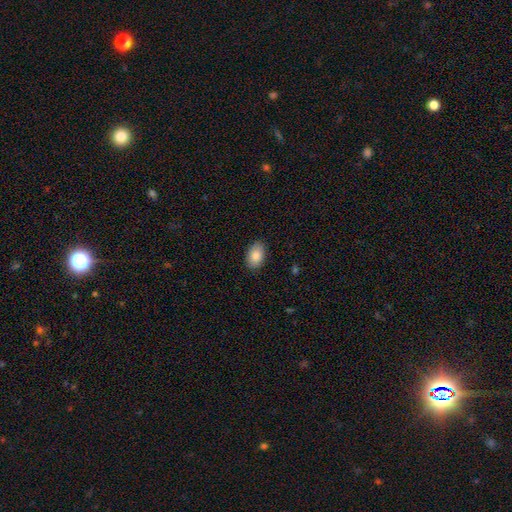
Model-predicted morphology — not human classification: A smooth galaxy with no disk features (86%) that is in between round and cigar-shaped (90%). Merging: none (87%).